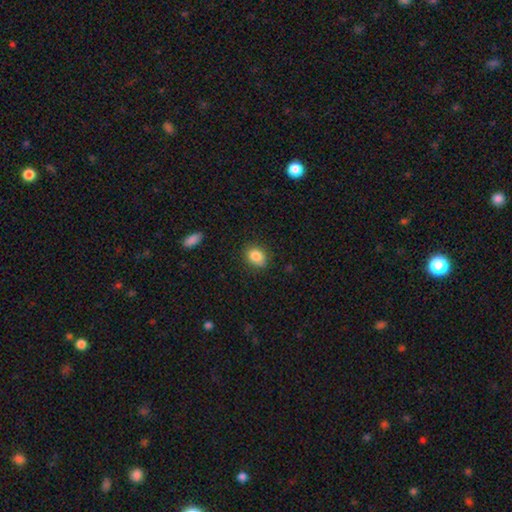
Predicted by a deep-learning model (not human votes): smooth_or_featured: smooth (p=0.86) [alt: star or artifact p=0.09]
how_rounded: in between (p=0.63) [alt: round p=0.35]
merging: none (p=0.84) [alt: minor disturbance p=0.12]